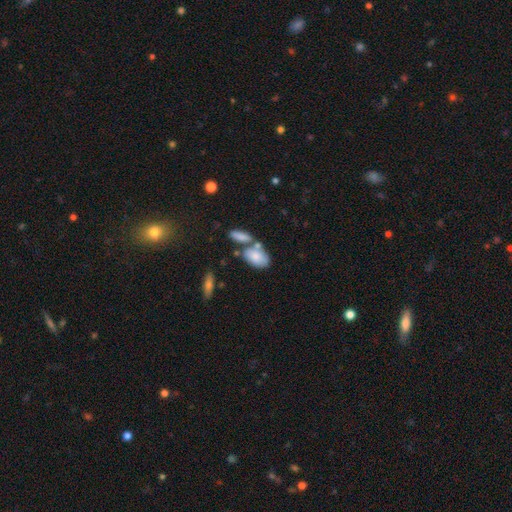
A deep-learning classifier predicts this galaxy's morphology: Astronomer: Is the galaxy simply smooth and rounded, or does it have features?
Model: smooth — 79%.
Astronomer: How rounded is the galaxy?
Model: in between — 90%.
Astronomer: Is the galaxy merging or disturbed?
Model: none — 44% (runner-up: merger, 35%).